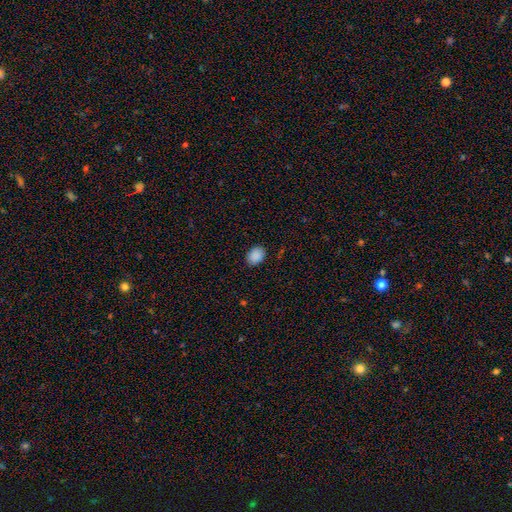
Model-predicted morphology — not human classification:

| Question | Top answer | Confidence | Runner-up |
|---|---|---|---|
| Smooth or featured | smooth | 89% | star or artifact (8%) |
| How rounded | in between | 61% | round (38%) |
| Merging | none | 87% | minor disturbance (10%) |